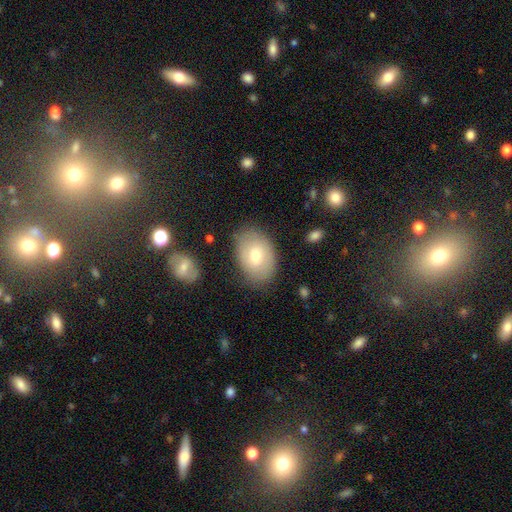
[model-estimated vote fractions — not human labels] Smooth or featured? Predicted: smooth (p=0.67). How rounded? Predicted: in between (p=0.79). Merging? Predicted: none (p=0.80).